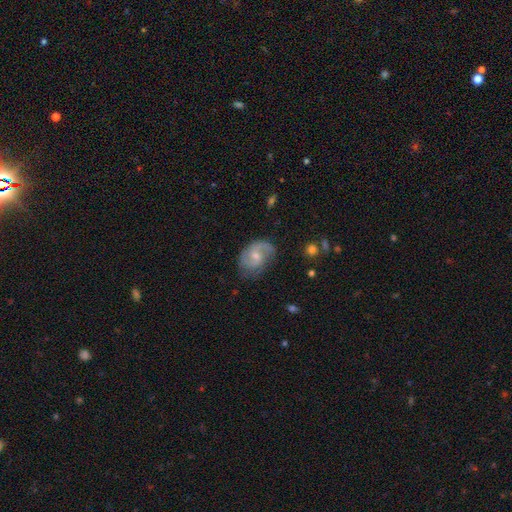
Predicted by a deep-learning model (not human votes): Smooth or featured? Predicted: featured or disk (p=0.76). Edge-on disk? Predicted: no (p=0.97). Bar? Predicted: no (p=0.48). Spiral arms? Predicted: yes (p=0.93). Spiral winding? Predicted: medium (p=0.48). Spiral arm count? Predicted: 2 (p=0.78). Bulge size? Predicted: small (p=0.54). Merging? Predicted: none (p=0.64).